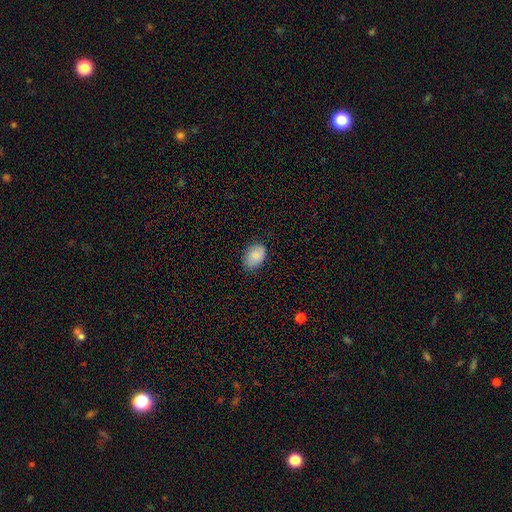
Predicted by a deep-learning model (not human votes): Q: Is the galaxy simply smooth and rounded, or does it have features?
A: smooth — 80%.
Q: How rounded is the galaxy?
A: in between — 80%.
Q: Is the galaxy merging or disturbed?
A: none — 77%.